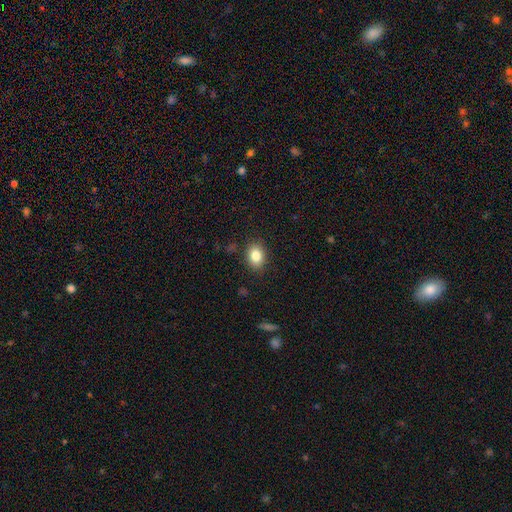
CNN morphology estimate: smooth_or_featured: smooth (p=0.84) [alt: star or artifact p=0.09]
how_rounded: in between (p=0.63) [alt: round p=0.36]
merging: none (p=0.86) [alt: minor disturbance p=0.10]